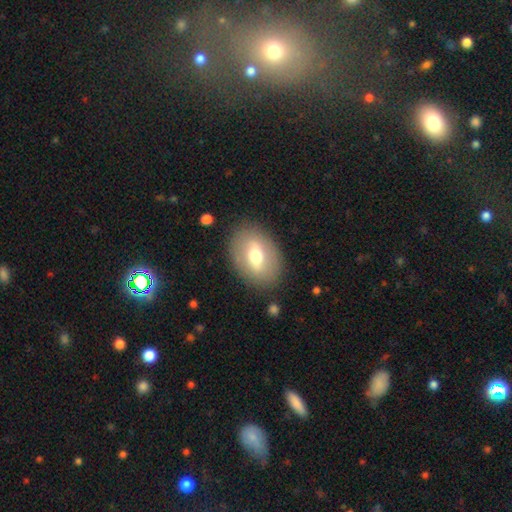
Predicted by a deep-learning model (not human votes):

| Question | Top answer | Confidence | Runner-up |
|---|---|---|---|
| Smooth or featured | smooth | 54% | featured or disk (39%) |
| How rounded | in between | 80% | round (18%) |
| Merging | none | 84% | minor disturbance (11%) |